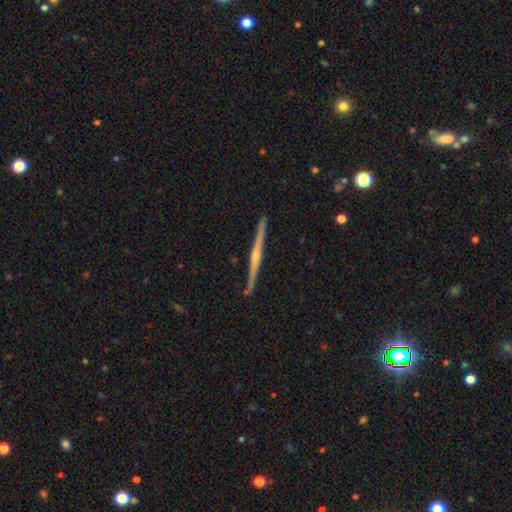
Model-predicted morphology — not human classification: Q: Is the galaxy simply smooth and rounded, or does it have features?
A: featured or disk — 79%.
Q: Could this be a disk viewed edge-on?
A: yes — 98%.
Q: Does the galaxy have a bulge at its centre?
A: rounded — 76%.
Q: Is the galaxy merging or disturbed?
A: none — 90%.